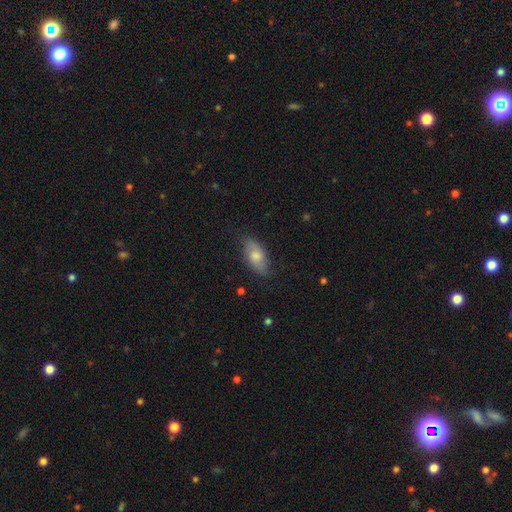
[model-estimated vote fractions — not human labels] The model was most divided on "smooth or featured": smooth: 62%, featured or disk: 30%, star or artifact: 7%. More confident: how rounded — in between (87%); merging — none (79%).